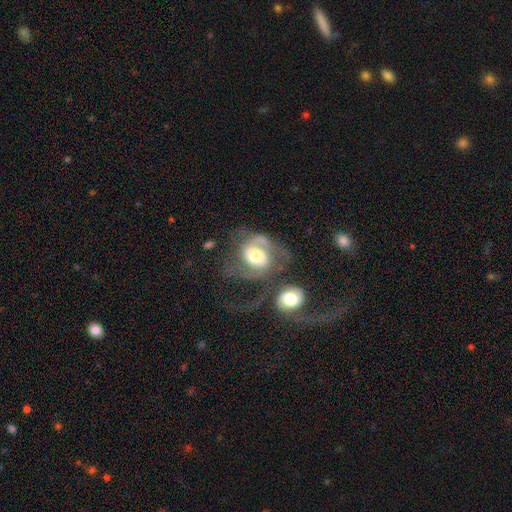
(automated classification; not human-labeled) This appears to be a featured or disk galaxy (80%) with no bar (51%), 2 (74%) medium (49%) spiral arms (92%) and a moderate central bulge (57%). Merging: major disturbance (31%).